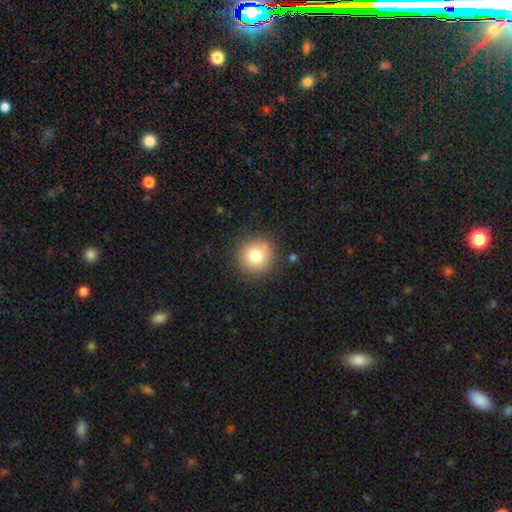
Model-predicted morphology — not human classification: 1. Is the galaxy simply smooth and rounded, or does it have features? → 80% smooth, 10% star or artifact, 10% featured or disk.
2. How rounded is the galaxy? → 94% round, 6% in between, 1% cigar-shaped.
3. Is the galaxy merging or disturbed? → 86% none, 9% minor disturbance, 3% major disturbance, 2% merger.